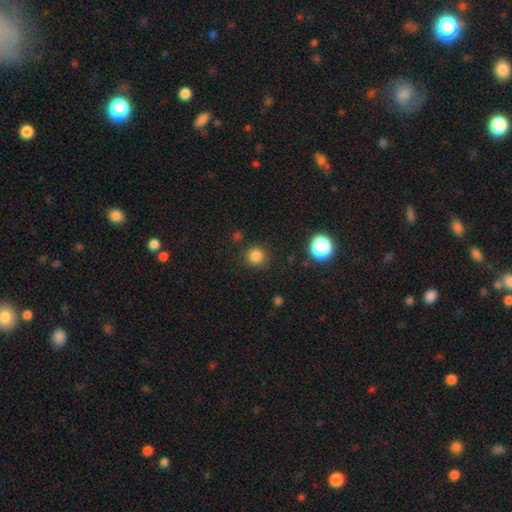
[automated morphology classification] Smooth or featured? Predicted: smooth (p=0.82). How rounded? Predicted: round (p=0.94). Merging? Predicted: none (p=0.88).